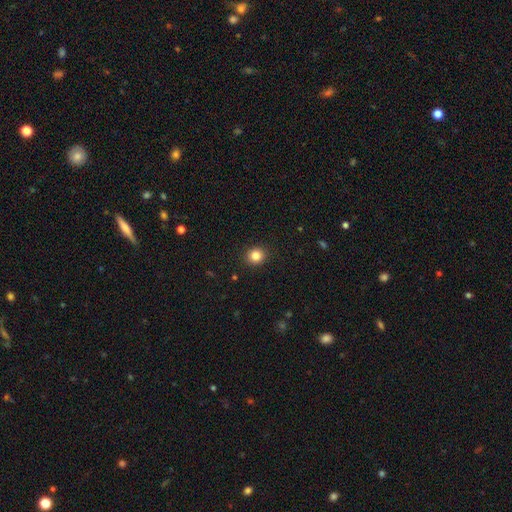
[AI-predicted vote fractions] Smooth or featured?
  - smooth: 84% *
  - star or artifact: 11%
  - featured or disk: 5%
How rounded?
  - round: 83% *
  - in between: 16%
  - cigar-shaped: 1%
Merging?
  - none: 91% *
  - minor disturbance: 6%
  - major disturbance: 2%
  - merger: 1%